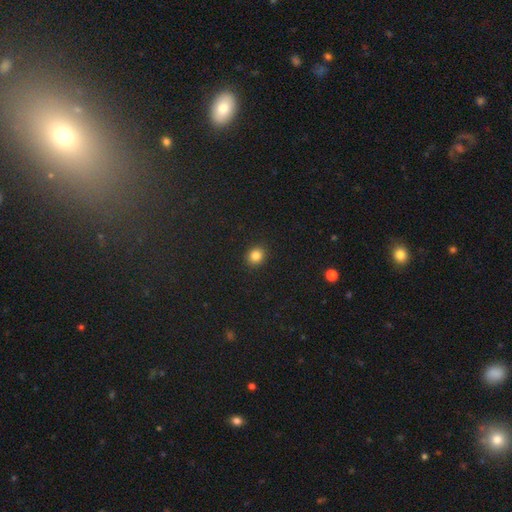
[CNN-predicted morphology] Overall: smooth (84%). How rounded: round (77%). Merging: none (91%).